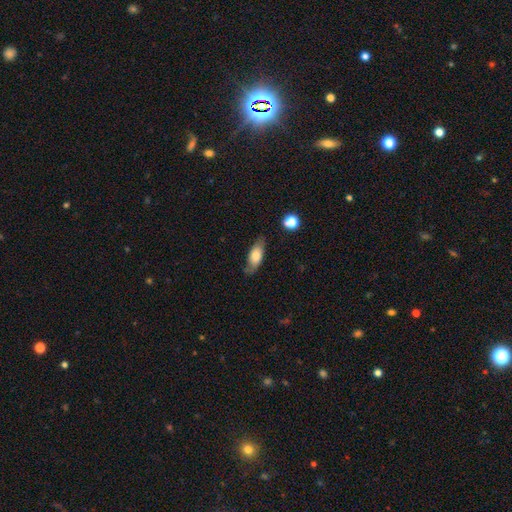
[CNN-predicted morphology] Q: Smooth or featured?
A: smooth (68%); runner-up: featured or disk (24%)
Q: How rounded?
A: in between (79%); runner-up: cigar-shaped (18%)
Q: Merging?
A: none (70%); runner-up: minor disturbance (23%)